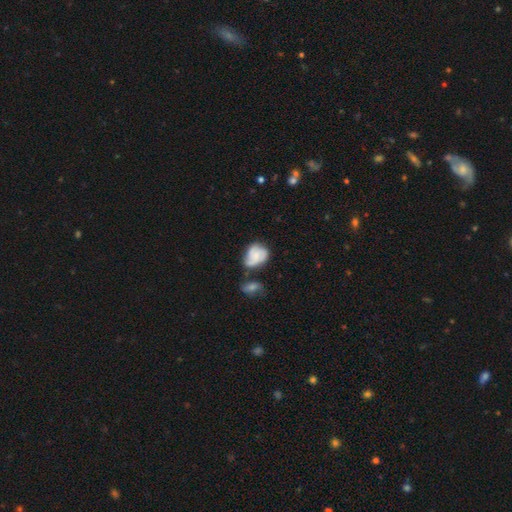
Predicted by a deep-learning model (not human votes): Overall: featured or disk (48%; smooth 44%). Merging: none (42%; minor disturbance 29%).